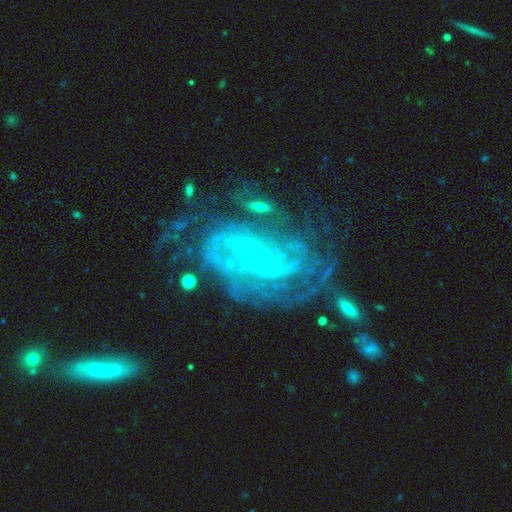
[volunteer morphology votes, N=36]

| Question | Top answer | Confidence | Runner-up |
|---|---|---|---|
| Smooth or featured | featured or disk | 92% | star or artifact (6%) |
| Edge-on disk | no | 94% | yes (6%) |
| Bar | no | 74% | weak (19%) |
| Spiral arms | yes | 97% | no (3%) |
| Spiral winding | tight | 67% | medium (23%) |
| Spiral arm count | can't tell | 37% | more than 4 (23%) |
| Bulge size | small | 87% | none (10%) |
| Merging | none | 47% | minor disturbance (21%) |